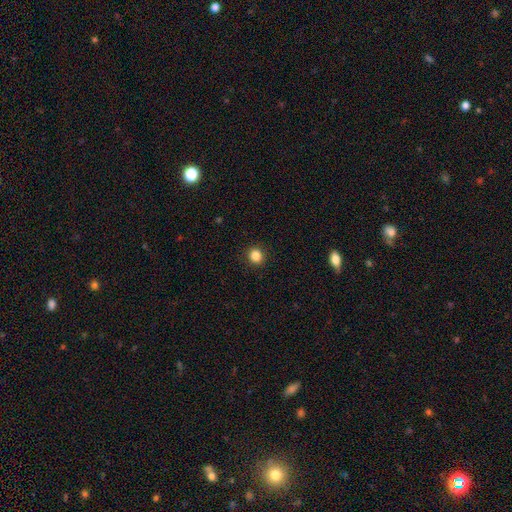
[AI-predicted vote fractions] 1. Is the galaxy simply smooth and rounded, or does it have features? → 85% smooth, 11% star or artifact, 4% featured or disk.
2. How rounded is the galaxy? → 89% round, 10% in between, 1% cigar-shaped.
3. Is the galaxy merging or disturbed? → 92% none, 5% minor disturbance, 2% major disturbance, 1% merger.